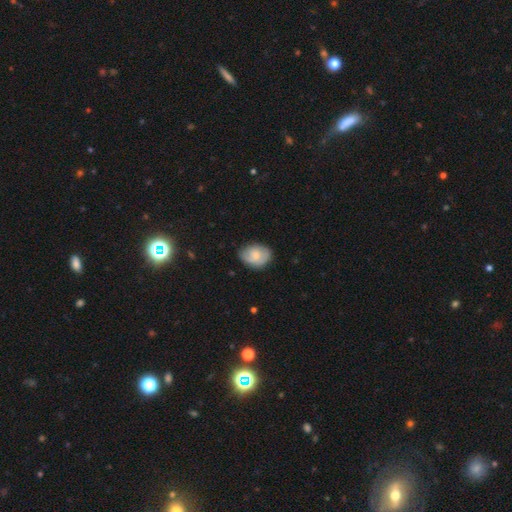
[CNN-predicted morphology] type=smooth (66%); roundness=in between (69%); merging=none (72%).